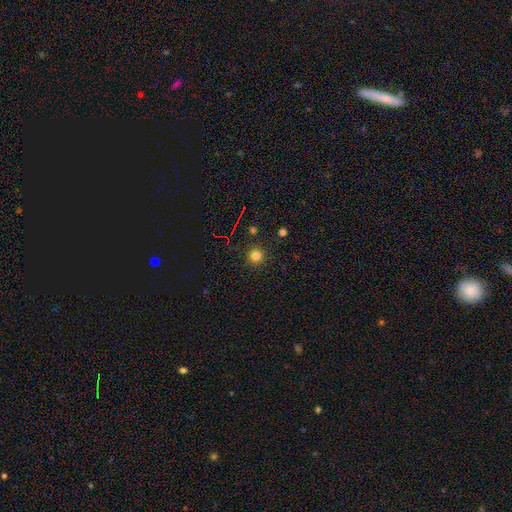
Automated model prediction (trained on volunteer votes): A smooth galaxy with no disk features (77%) that is round (92%). Merging: none (88%).